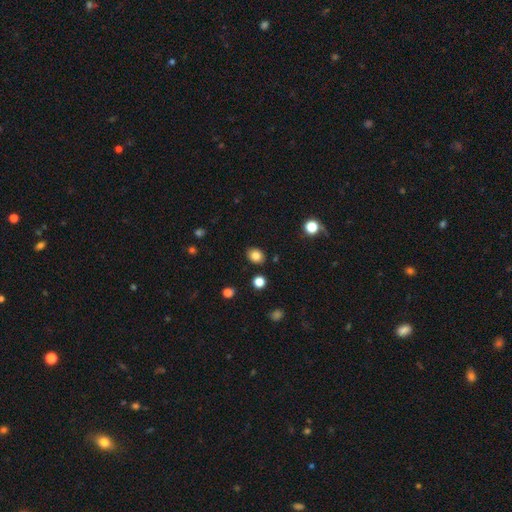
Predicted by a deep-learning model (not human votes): A smooth galaxy with no disk features (83%) that is round (50%). Merging: none (87%).